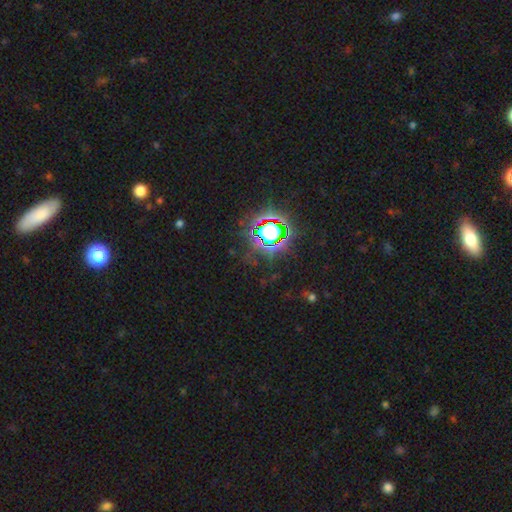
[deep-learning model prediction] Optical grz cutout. It shows a star or artifact, not a galaxy (80%).